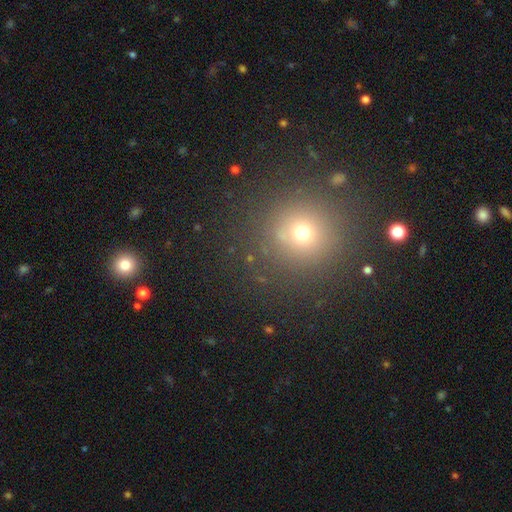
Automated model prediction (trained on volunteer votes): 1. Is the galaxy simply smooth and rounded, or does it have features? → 58% smooth, 34% star or artifact, 8% featured or disk.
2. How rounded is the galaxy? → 94% round, 5% in between, 1% cigar-shaped.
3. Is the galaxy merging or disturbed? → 90% none, 5% minor disturbance, 3% major disturbance, 2% merger.